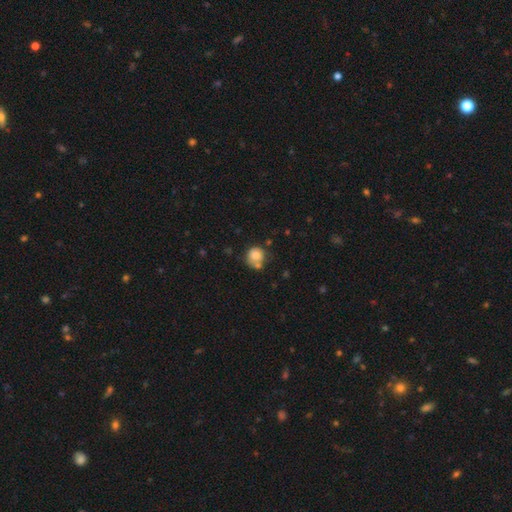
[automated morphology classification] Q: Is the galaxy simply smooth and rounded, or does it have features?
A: smooth — 79%.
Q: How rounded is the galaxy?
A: round — 84%.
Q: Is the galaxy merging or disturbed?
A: none — 49%.